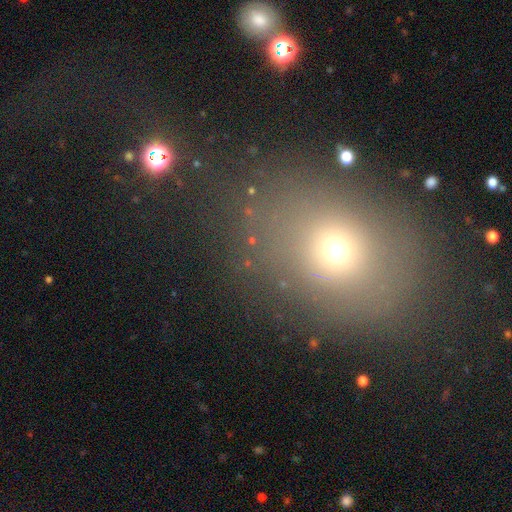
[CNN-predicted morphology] Smooth or featured?
  - smooth: 64% *
  - star or artifact: 23%
  - featured or disk: 13%
How rounded?
  - round: 52% *
  - in between: 46%
  - cigar-shaped: 1%
Merging?
  - none: 73% *
  - minor disturbance: 13%
  - major disturbance: 11%
  - merger: 4%